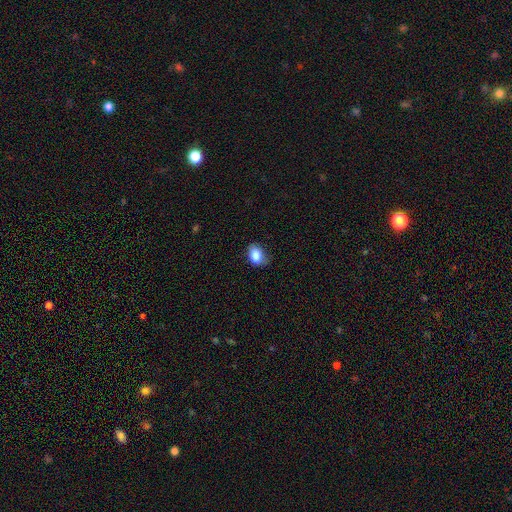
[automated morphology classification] Smooth or featured?
  - smooth: 85% *
  - star or artifact: 8%
  - featured or disk: 7%
How rounded?
  - in between: 79% *
  - round: 20%
  - cigar-shaped: 1%
Merging?
  - none: 65% *
  - minor disturbance: 28%
  - major disturbance: 6%
  - merger: 1%